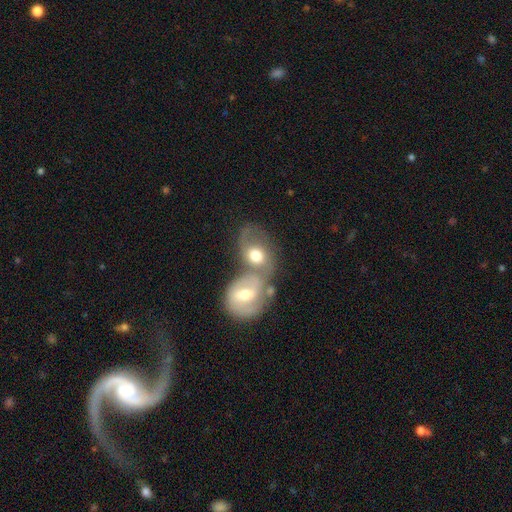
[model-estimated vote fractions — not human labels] Q: Smooth or featured?
A: featured or disk (51%); runner-up: smooth (41%)
Q: Edge-on disk?
A: no (96%); runner-up: yes (4%)
Q: Merging?
A: merger (69%); runner-up: none (17%)